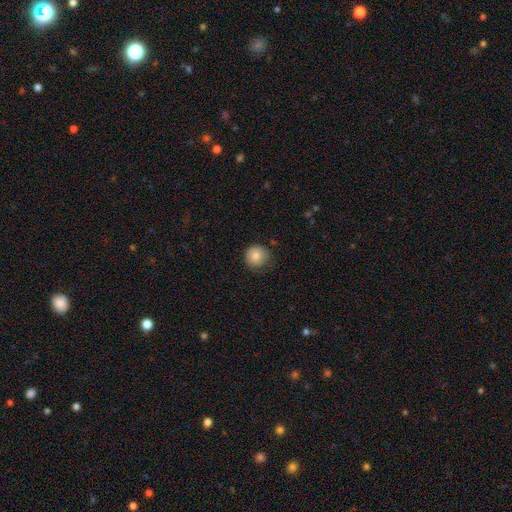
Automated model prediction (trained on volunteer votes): smooth 80%, featured or disk 11%, star or artifact 9%. Down the decision tree: how rounded — round (94%); merging — none (79%).